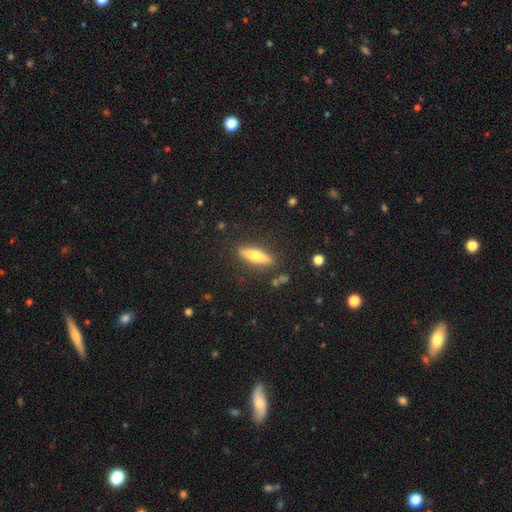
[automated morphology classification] type=featured or disk (47%); merging=none (85%).